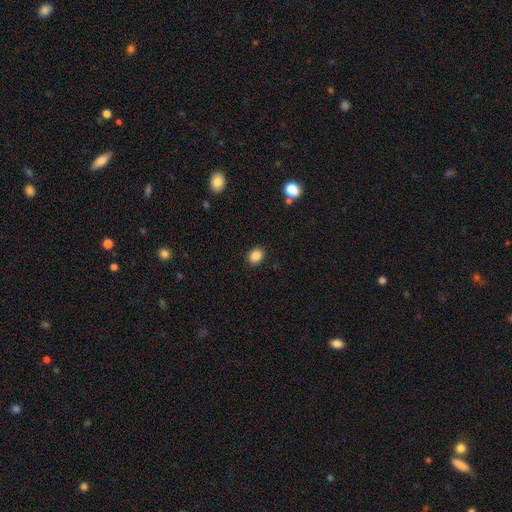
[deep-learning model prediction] Smooth or featured? smooth (87%)
How rounded? in between (55%)
Merging? none (89%)